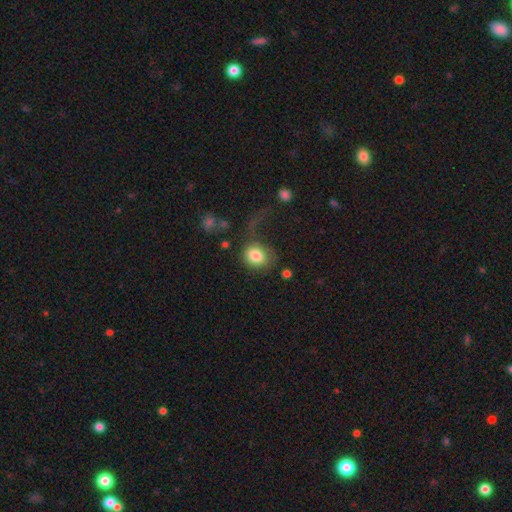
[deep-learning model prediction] A smooth galaxy with no disk features (80%) that is round (57%).

Vote fractions:
- Smooth or featured? smooth: 80% / featured or disk: 11% / star or artifact: 9%
- How rounded? round: 57% / in between: 42% / cigar-shaped: 1%
- Merging? none: 39% / major disturbance: 37% / minor disturbance: 19% / merger: 6%